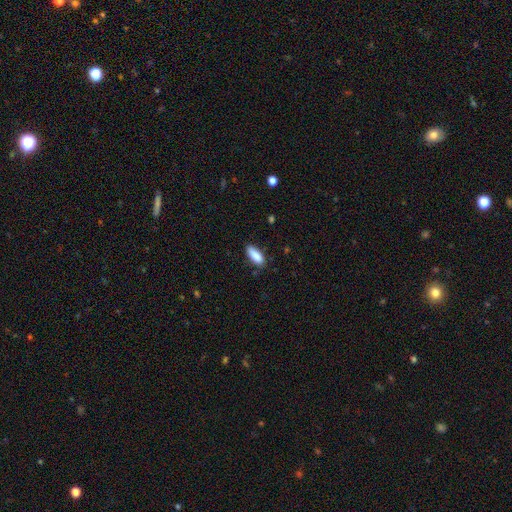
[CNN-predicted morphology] A smooth galaxy with no disk features (88%) that is in between round and cigar-shaped (75%).

Vote fractions:
- Smooth or featured? smooth: 88% / star or artifact: 7% / featured or disk: 5%
- How rounded? in between: 75% / cigar-shaped: 23% / round: 2%
- Merging? none: 81% / minor disturbance: 15% / major disturbance: 3% / merger: 1%